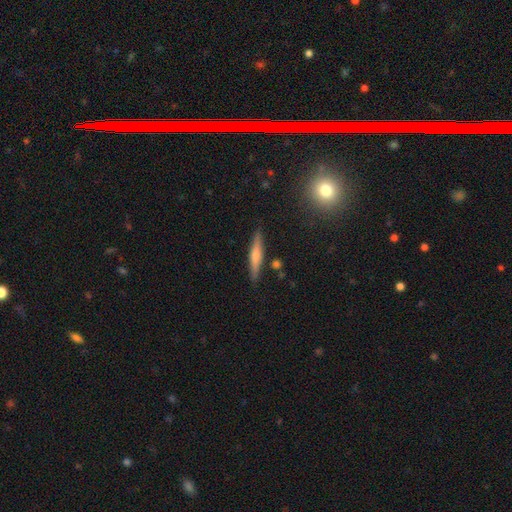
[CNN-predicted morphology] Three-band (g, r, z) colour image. It shows a smooth galaxy with no disk features (52%) that is cigar-shaped (90%). Merging: none (86%).